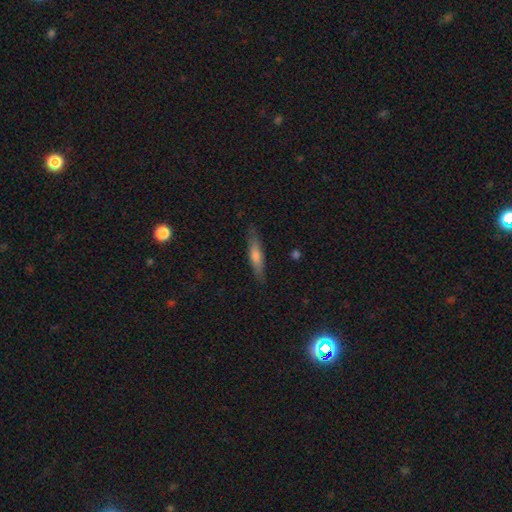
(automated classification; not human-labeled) Smooth or featured: smooth — 57% (featured or disk — 37%)
How rounded: cigar-shaped — 82% (in between — 16%)
Merging: none — 86% (minor disturbance — 11%)